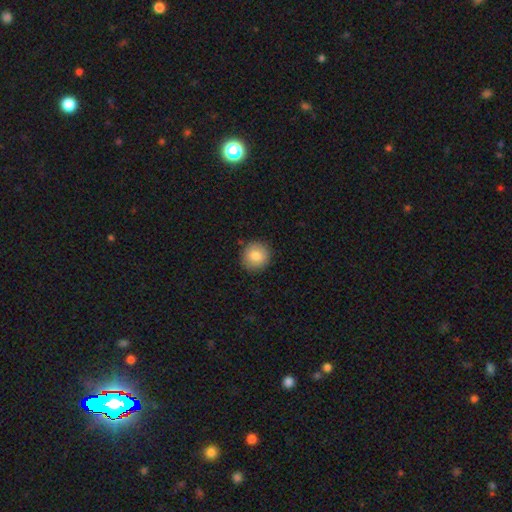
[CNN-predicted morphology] smooth-or-featured: smooth: 83% | featured or disk: 9% | star or artifact: 8%
  how-rounded: round: 93% | in between: 6% | cigar-shaped: 1%
  merging: none: 89% | minor disturbance: 8% | major disturbance: 2% | merger: 1%